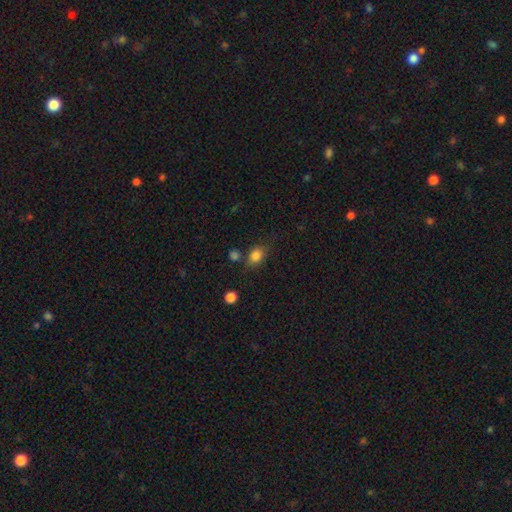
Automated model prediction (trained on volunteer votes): Morphology: type=smooth (83%); roundness=in between (62%); merging=none (70%).